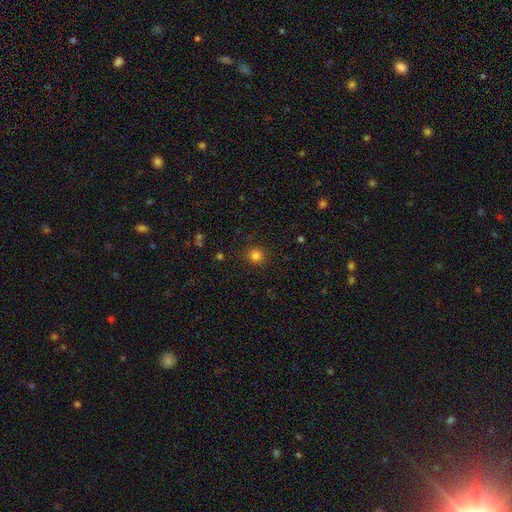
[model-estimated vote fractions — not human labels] Smooth or featured? smooth (81%)
How rounded? round (93%)
Merging? none (90%)